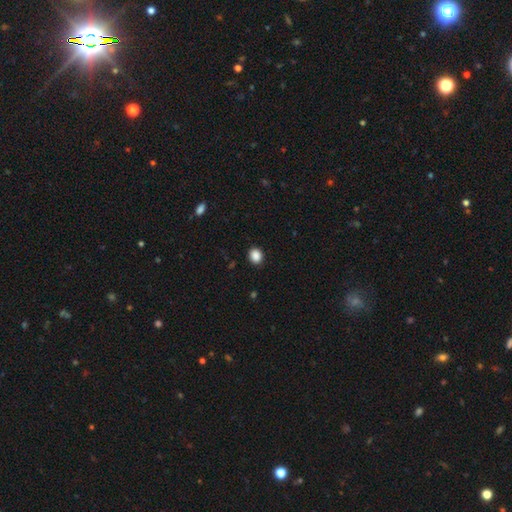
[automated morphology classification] smooth_or_featured: smooth (p=0.88) [alt: star or artifact p=0.09]
how_rounded: round (p=0.64) [alt: in between p=0.35]
merging: none (p=0.90) [alt: minor disturbance p=0.07]